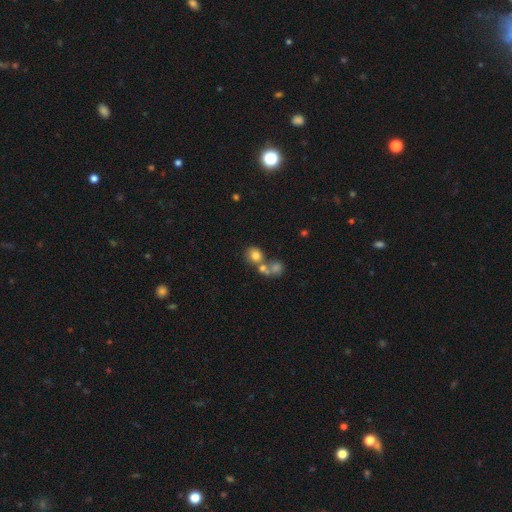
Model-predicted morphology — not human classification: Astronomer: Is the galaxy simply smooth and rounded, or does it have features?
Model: smooth — 73%.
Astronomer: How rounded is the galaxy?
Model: round — 76%.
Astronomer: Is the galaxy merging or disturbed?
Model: merger — 46% (runner-up: none, 40%).